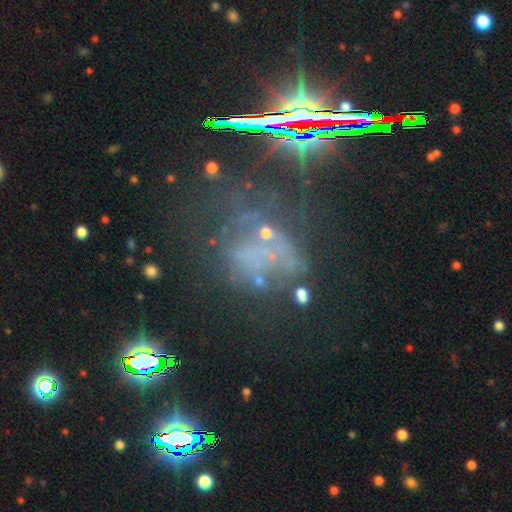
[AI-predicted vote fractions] star or artifact 43%, featured or disk 37%, smooth 20%.